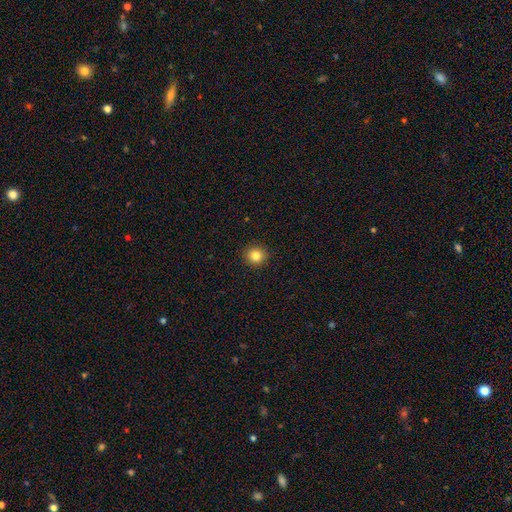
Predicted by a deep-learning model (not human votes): Smooth or featured: smooth — 82% (star or artifact — 11%)
How rounded: round — 88% (in between — 11%)
Merging: none — 92% (minor disturbance — 5%)